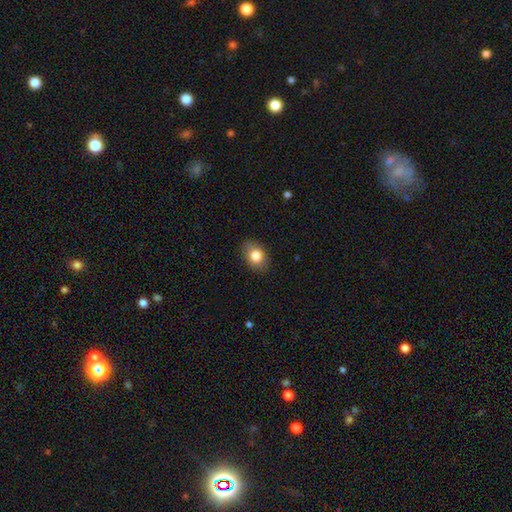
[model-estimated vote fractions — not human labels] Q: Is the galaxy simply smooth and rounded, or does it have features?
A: smooth — 82%.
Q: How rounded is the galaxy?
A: in between — 69%.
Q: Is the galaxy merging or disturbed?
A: none — 86%.